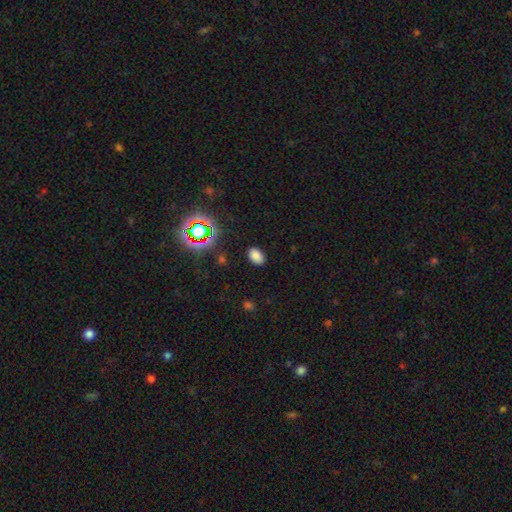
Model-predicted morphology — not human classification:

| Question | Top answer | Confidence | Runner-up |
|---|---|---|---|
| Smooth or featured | smooth | 78% | star or artifact (17%) |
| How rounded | in between | 88% | round (11%) |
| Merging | none | 87% | minor disturbance (9%) |